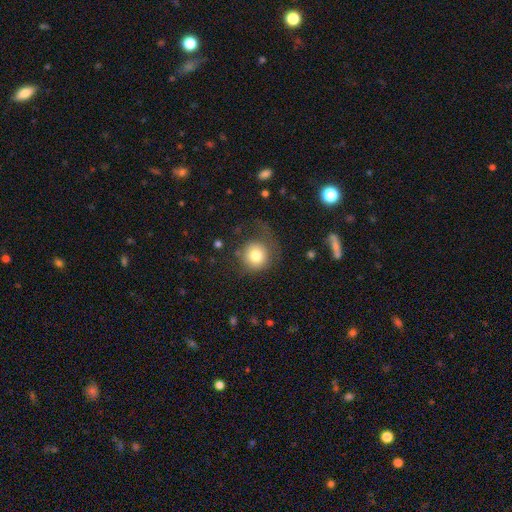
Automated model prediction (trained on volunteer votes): A smooth galaxy with no disk features (77%) that is round (92%). Merging: none (58%).